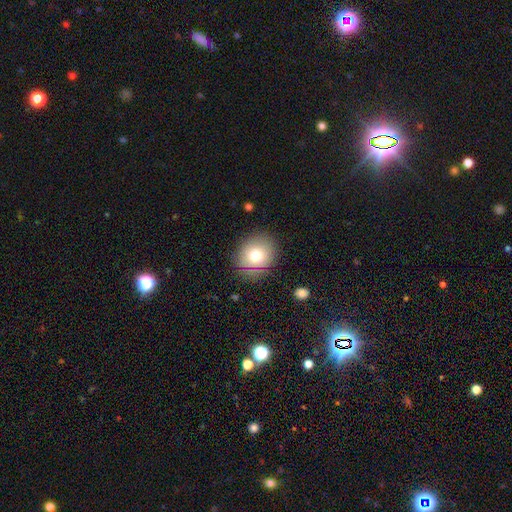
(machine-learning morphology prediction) smooth_or_featured: smooth (p=0.75) [alt: featured or disk p=0.14]
how_rounded: round (p=0.70) [alt: in between p=0.29]
merging: none (p=0.84) [alt: minor disturbance p=0.11]